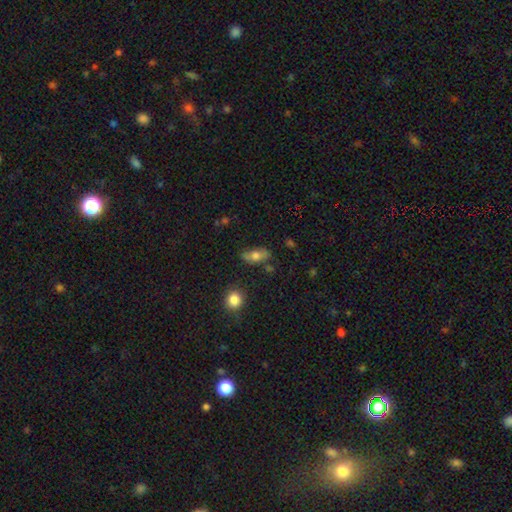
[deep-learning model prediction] The model was most divided on "merging": none: 65%, minor disturbance: 23%, major disturbance: 7%, merger: 5%. More confident: how rounded — in between (80%); smooth or featured — smooth (68%).